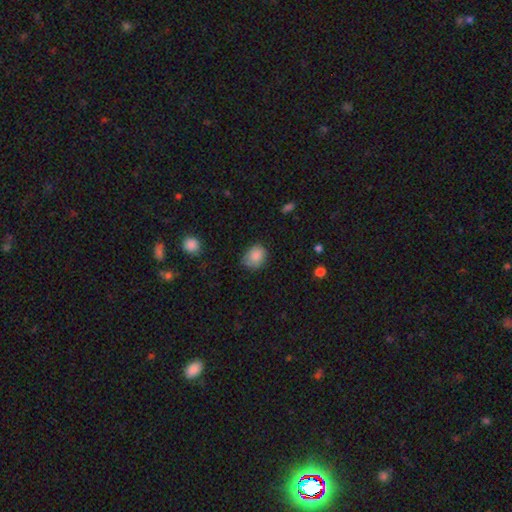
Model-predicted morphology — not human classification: A smooth galaxy with no disk features (87%) that is round (53%). Merging: none (74%).